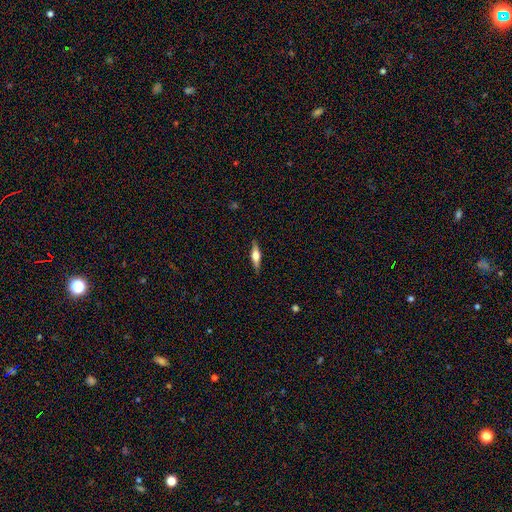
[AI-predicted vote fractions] Morphology: type=featured or disk (59%); edge-on=yes (96%); edge-on bulge=rounded (92%); merging=none (89%).